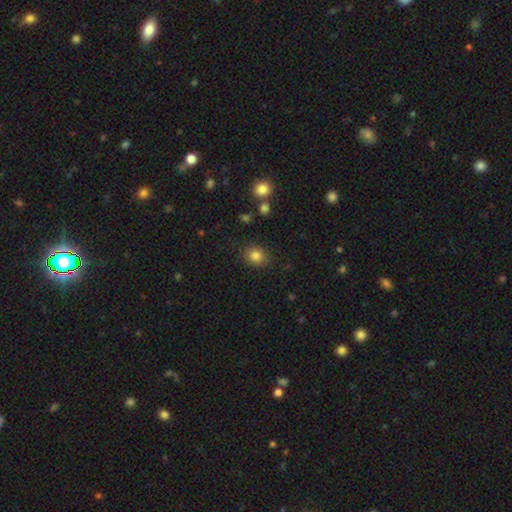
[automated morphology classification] This is clearly a smooth galaxy (83%). How rounded: likely round (62%). Merging: clearly none (86%).